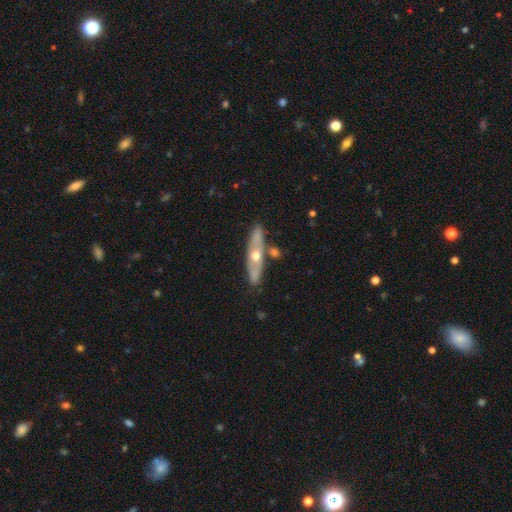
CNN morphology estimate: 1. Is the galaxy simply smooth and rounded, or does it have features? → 63% featured or disk, 31% smooth, 6% star or artifact.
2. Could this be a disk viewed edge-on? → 65% yes, 35% no.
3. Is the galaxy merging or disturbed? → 76% none, 12% minor disturbance, 8% merger, 3% major disturbance.